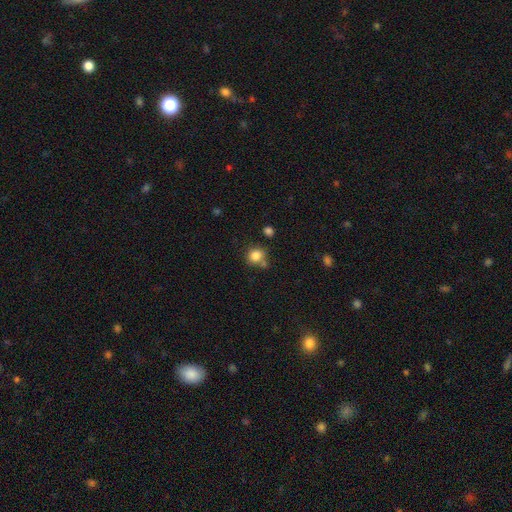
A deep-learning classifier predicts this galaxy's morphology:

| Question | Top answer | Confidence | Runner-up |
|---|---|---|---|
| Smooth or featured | smooth | 83% | star or artifact (11%) |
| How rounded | round | 83% | in between (16%) |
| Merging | none | 66% | merger (15%) |